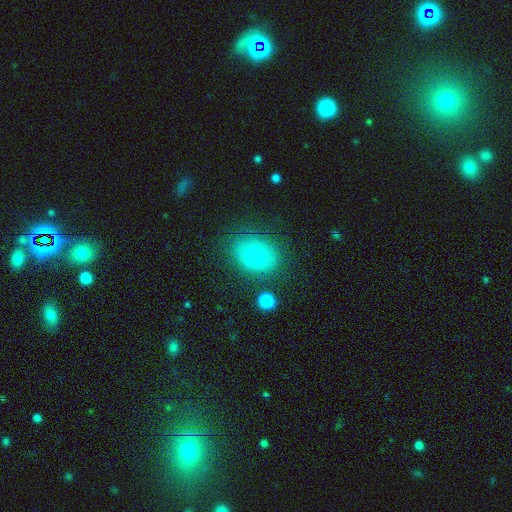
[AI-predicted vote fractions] Morphology: type=smooth (71%); roundness=in between (61%); merging=none (81%).